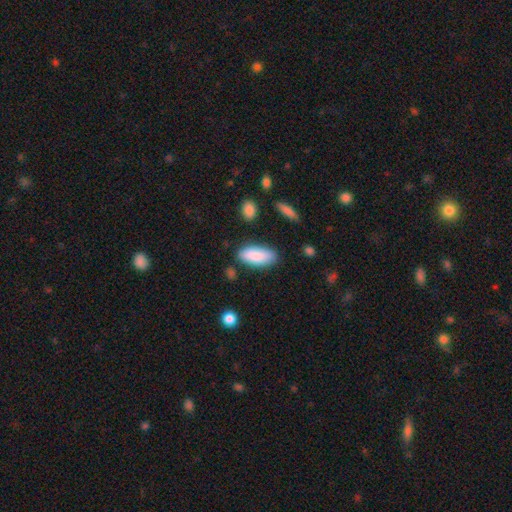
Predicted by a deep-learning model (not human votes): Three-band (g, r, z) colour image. It shows a smooth galaxy with no disk features (86%) that is in between round and cigar-shaped (82%). Merging: none (79%).